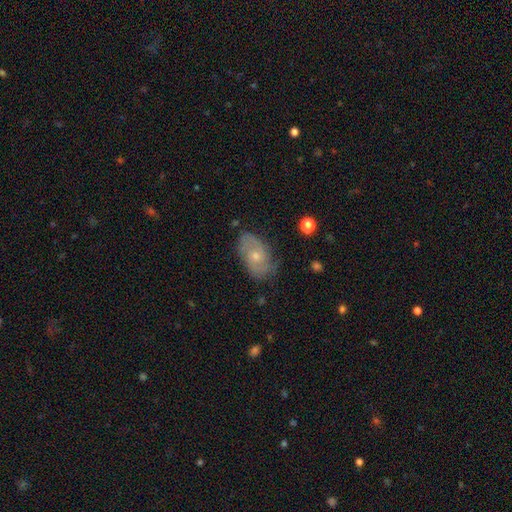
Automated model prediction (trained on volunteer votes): featured or disk 64%, smooth 28%, star or artifact 8%. Down the decision tree: edge-on disk — no (95%); bar — no (76%); spiral arms — yes (83%); spiral arm count — 2 (59%); spiral winding — medium (41%); bulge size — small (52%); merging — none (71%).